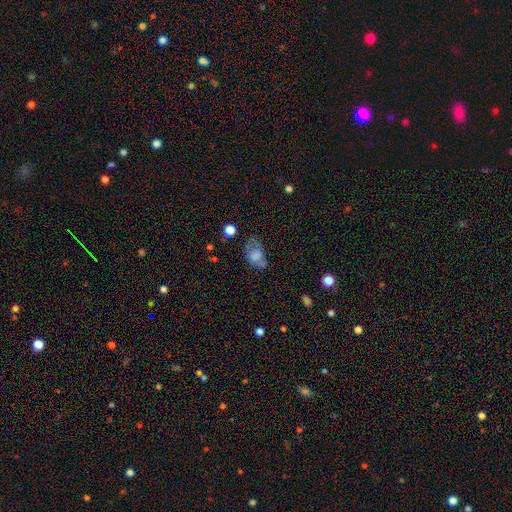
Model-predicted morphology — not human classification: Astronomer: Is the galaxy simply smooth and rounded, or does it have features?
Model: smooth — 59%.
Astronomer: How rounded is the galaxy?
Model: in between — 85%.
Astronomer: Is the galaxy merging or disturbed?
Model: none — 37% (runner-up: minor disturbance, 29%).